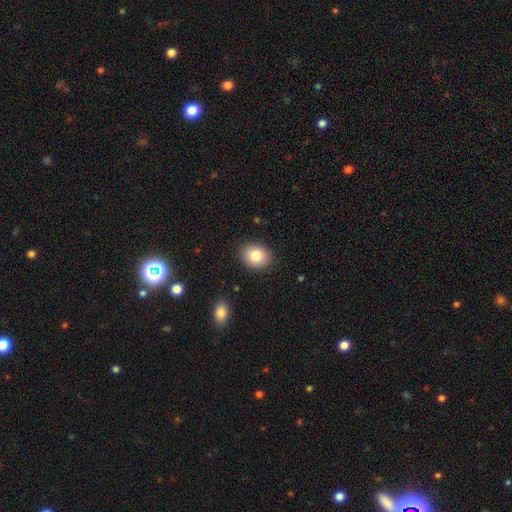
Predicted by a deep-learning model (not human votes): smooth-or-featured: smooth: 83% | star or artifact: 8% | featured or disk: 8%
  how-rounded: in between: 51% | round: 48% | cigar-shaped: 1%
  merging: none: 88% | minor disturbance: 8% | major disturbance: 2% | merger: 1%